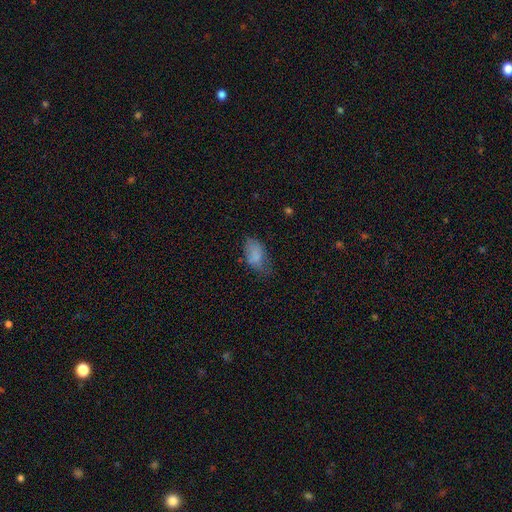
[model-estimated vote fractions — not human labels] Smooth or featured? smooth (79%)
How rounded? in between (93%)
Merging? none (48%)